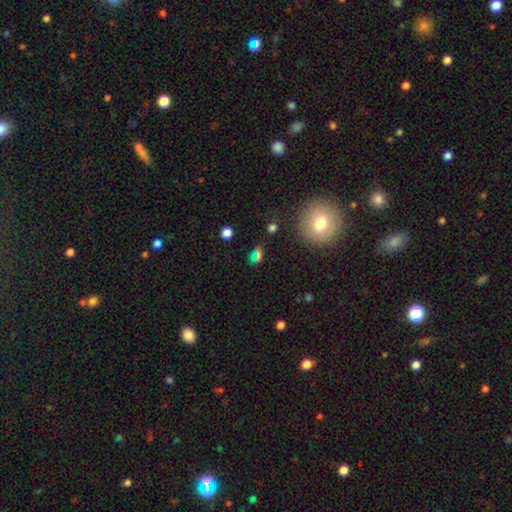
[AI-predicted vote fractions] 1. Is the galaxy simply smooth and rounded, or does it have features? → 61% smooth, 27% star or artifact, 12% featured or disk.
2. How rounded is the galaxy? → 63% in between, 32% round, 5% cigar-shaped.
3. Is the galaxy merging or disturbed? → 68% none, 15% minor disturbance, 10% merger, 7% major disturbance.